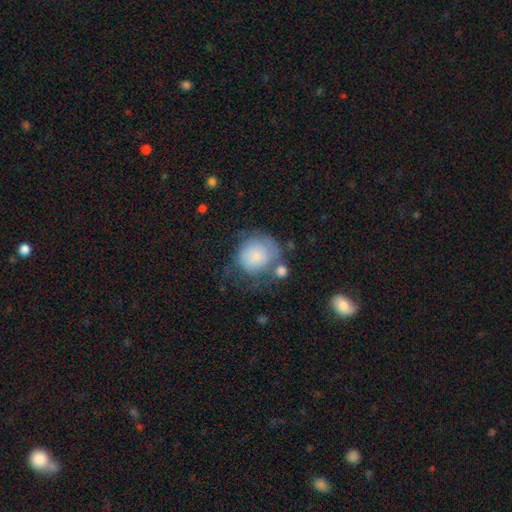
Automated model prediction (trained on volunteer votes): This is likely a smooth galaxy (65%). How rounded: clearly round (82%). Merging: marginally none (41%).